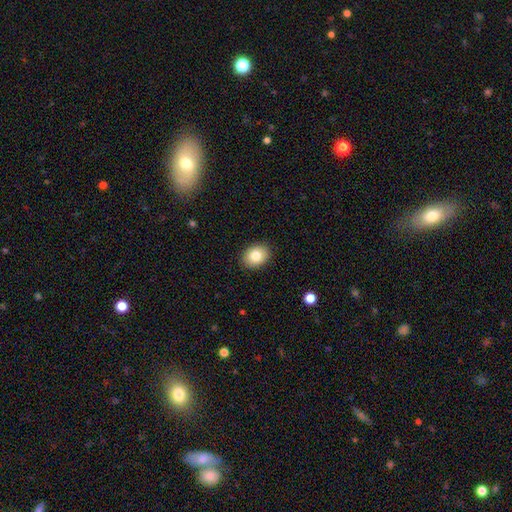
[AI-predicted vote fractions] A smooth galaxy with no disk features (82%) that is in between round and cigar-shaped (59%).

Vote fractions:
- Smooth or featured? smooth: 82% / featured or disk: 10% / star or artifact: 9%
- How rounded? in between: 59% / round: 41% / cigar-shaped: 1%
- Merging? none: 89% / minor disturbance: 8% / major disturbance: 2% / merger: 1%